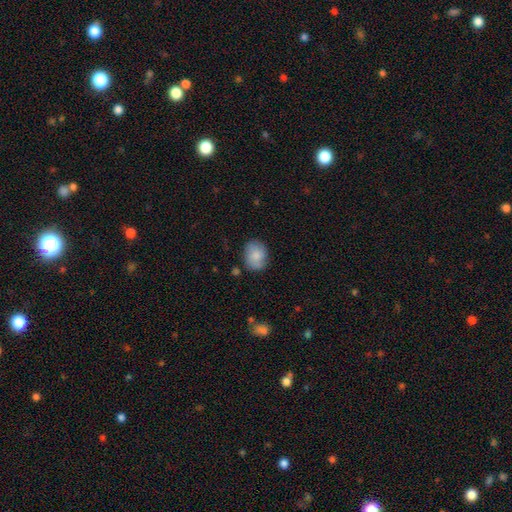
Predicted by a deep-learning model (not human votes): A smooth galaxy with no disk features (77%) that is in between round and cigar-shaped (56%).

Vote fractions:
- Smooth or featured? smooth: 77% / featured or disk: 16% / star or artifact: 7%
- How rounded? in between: 56% / round: 43% / cigar-shaped: 1%
- Merging? none: 71% / minor disturbance: 21% / major disturbance: 5% / merger: 3%